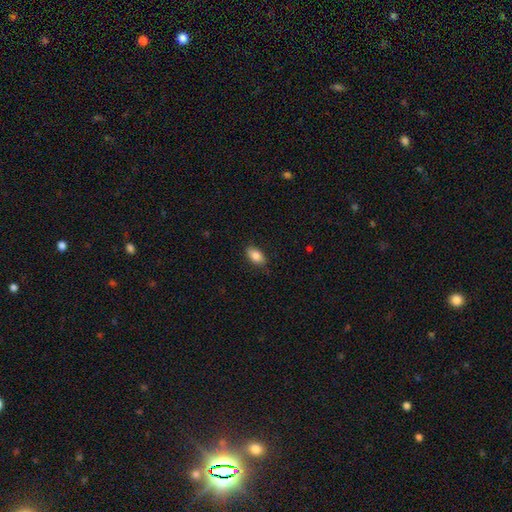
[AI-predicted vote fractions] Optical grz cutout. It shows a smooth galaxy with no disk features (83%) that is in between round and cigar-shaped (90%). Merging: none (84%).